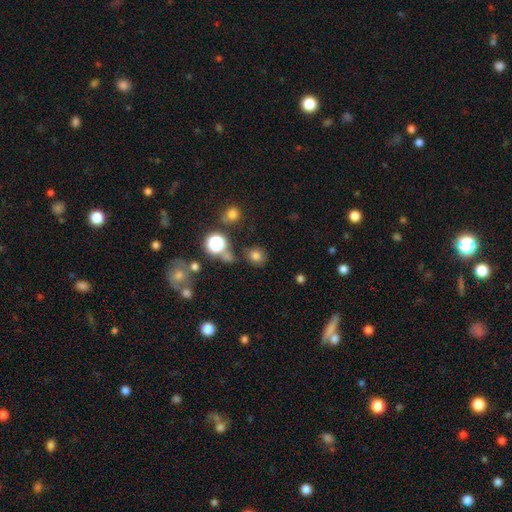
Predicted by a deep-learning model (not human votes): A smooth galaxy with no disk features (74%) that is round (80%). Merging: none (76%).